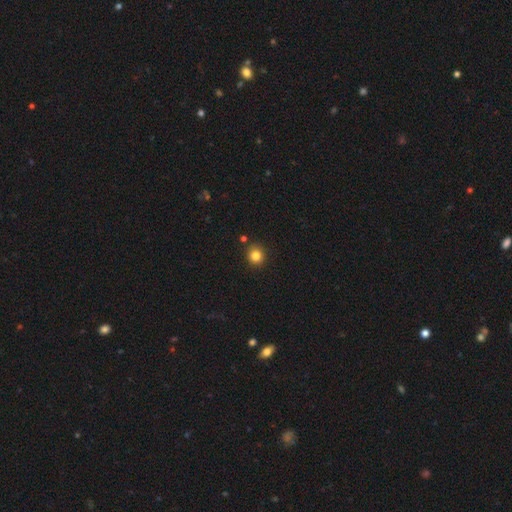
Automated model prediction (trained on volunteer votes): A smooth galaxy with no disk features (82%) that is round (90%). Merging: none (88%).